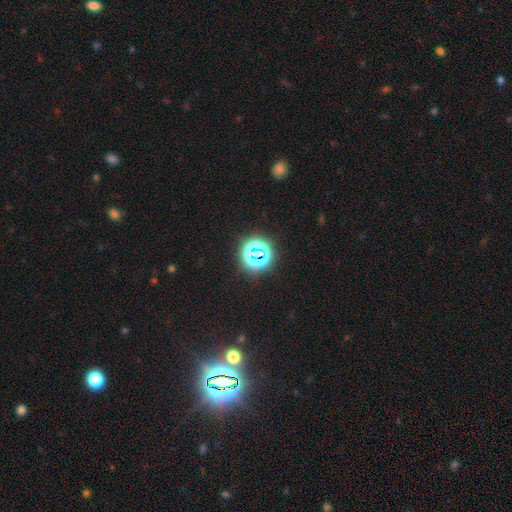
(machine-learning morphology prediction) This is likely a star or artifact rather than a galaxy (70%).